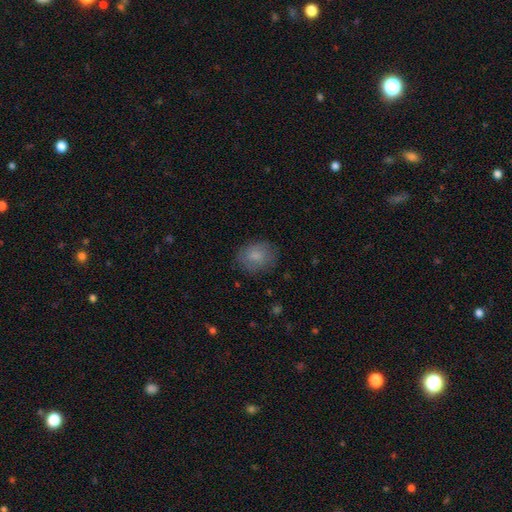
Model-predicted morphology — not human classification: type=smooth (80%); roundness=round (52%); merging=none (77%).